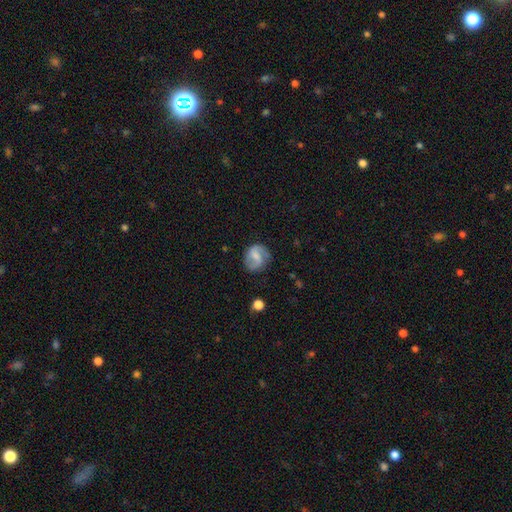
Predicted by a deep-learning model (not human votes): Smooth or featured? Predicted: featured or disk (p=0.62). Edge-on disk? Predicted: no (p=0.97). Bar? Predicted: weak (p=0.49). Spiral arms? Predicted: yes (p=0.85). Spiral winding? Predicted: medium (p=0.42). Spiral arm count? Predicted: 2 (p=0.80). Bulge size? Predicted: small (p=0.46). Merging? Predicted: none (p=0.73).